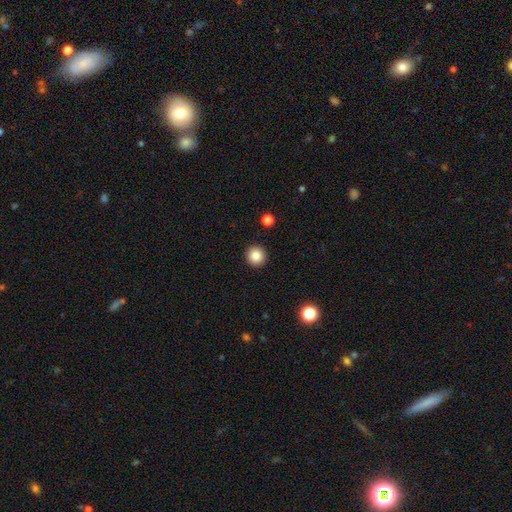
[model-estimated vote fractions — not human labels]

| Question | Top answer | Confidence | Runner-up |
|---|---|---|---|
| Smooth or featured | smooth | 84% | star or artifact (10%) |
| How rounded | round | 95% | in between (4%) |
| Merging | none | 93% | minor disturbance (4%) |